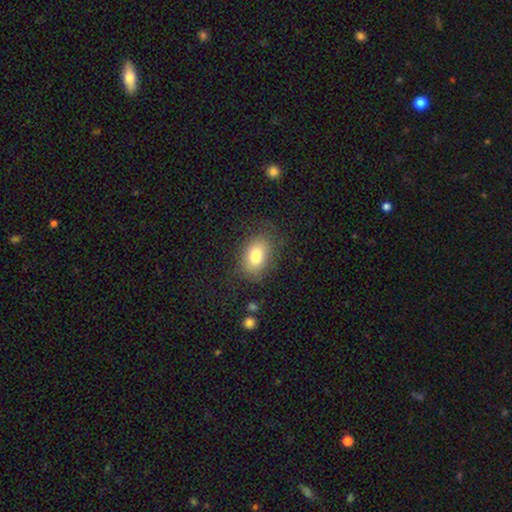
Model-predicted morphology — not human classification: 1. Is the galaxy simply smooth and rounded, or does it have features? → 80% smooth, 11% featured or disk, 9% star or artifact.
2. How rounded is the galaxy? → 81% in between, 18% round, 1% cigar-shaped.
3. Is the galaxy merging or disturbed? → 76% none, 16% minor disturbance, 7% major disturbance, 2% merger.